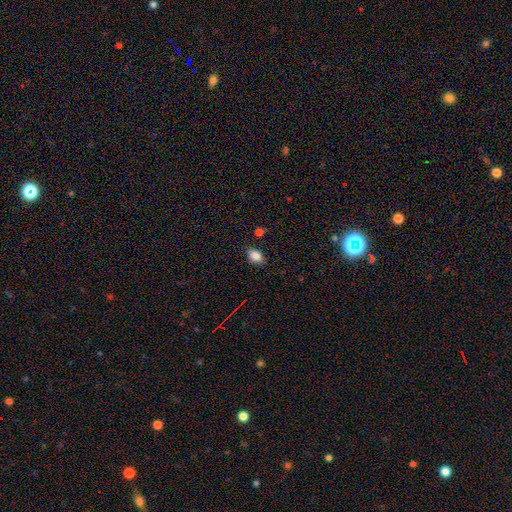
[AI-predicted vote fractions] Smooth or featured? smooth (85%)
How rounded? in between (81%)
Merging? none (83%)